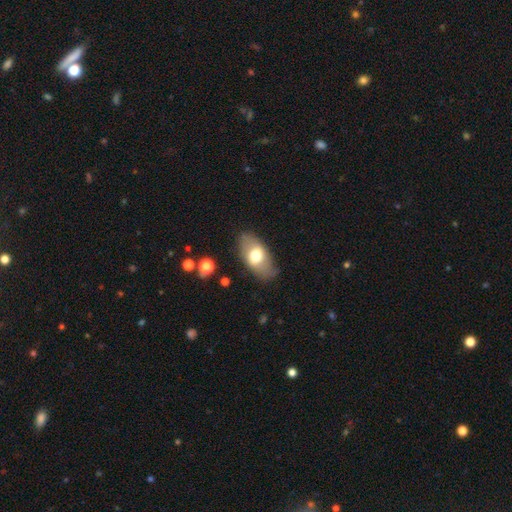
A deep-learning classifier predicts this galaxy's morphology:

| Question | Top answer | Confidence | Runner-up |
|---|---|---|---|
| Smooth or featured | smooth | 63% | featured or disk (30%) |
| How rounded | in between | 91% | round (6%) |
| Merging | none | 79% | minor disturbance (15%) |